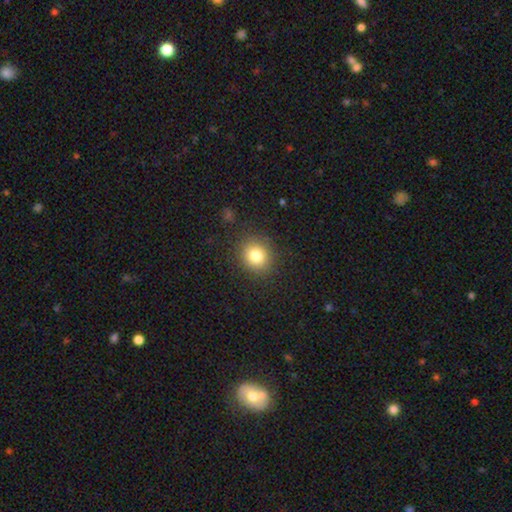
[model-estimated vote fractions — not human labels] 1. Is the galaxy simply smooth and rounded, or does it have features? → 80% smooth, 12% star or artifact, 8% featured or disk.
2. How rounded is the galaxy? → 81% round, 18% in between, 1% cigar-shaped.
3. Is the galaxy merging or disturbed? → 88% none, 8% minor disturbance, 3% major disturbance, 1% merger.